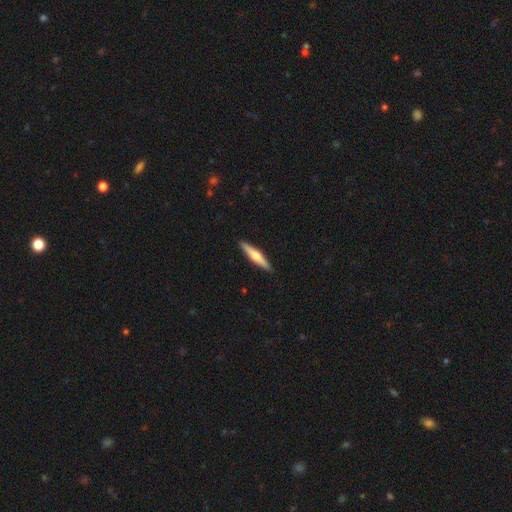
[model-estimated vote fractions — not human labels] A featured or disk galaxy (54%) viewed edge-on (96%) with a rounded central bulge (89%). Merging: none (92%).